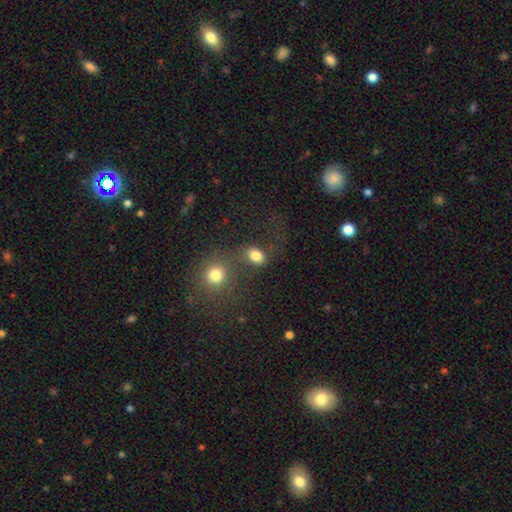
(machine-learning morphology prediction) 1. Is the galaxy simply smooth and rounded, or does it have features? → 80% smooth, 12% star or artifact, 8% featured or disk.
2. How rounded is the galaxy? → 60% in between, 39% round, 2% cigar-shaped.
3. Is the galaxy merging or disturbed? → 43% none, 31% merger, 13% minor disturbance, 13% major disturbance.